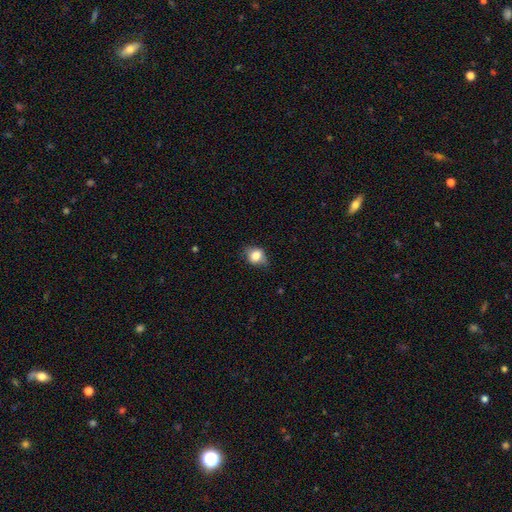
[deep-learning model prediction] Smooth or featured: smooth — 76% (featured or disk — 15%)
How rounded: in between — 50% (round — 49%)
Merging: none — 67% (minor disturbance — 26%)